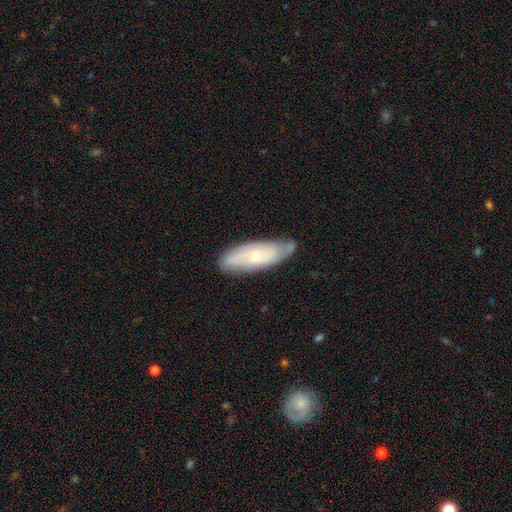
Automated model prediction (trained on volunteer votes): Overall: featured or disk (55%; smooth 38%). Edge-on disk: no (80%). Merging: none (68%).